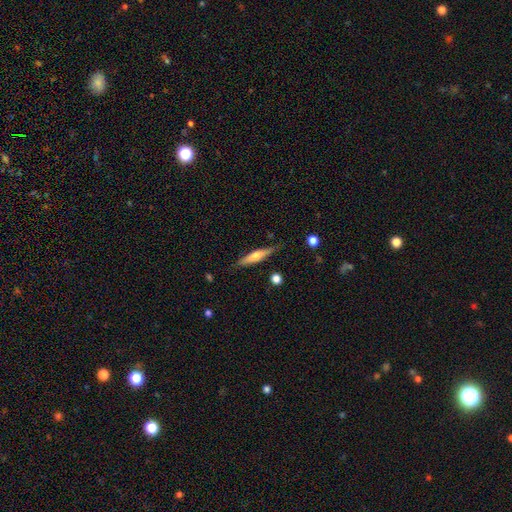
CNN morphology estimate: Smooth or featured: smooth — 47% (tied with featured or disk — 47%)
Merging: none — 80% (minor disturbance — 15%)